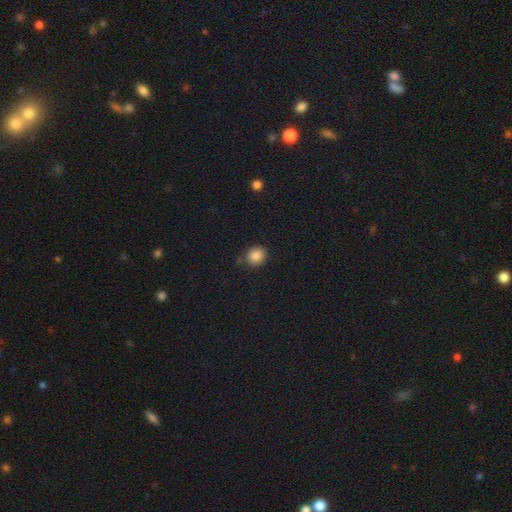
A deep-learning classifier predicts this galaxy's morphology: Smooth or featured? Predicted: smooth (p=0.87). How rounded? Predicted: round (p=0.67). Merging? Predicted: none (p=0.80).